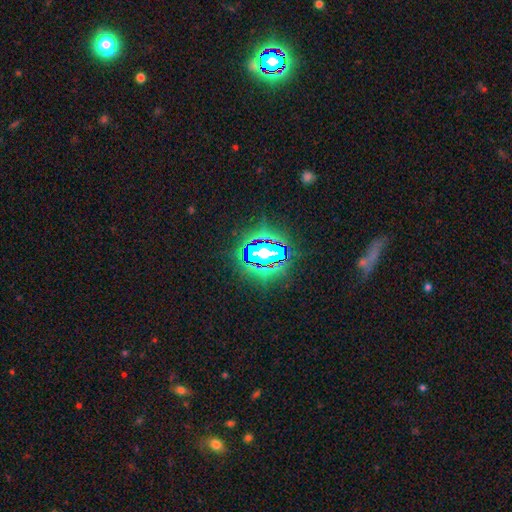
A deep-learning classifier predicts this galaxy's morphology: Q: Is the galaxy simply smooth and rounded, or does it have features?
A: star or artifact — 80%.